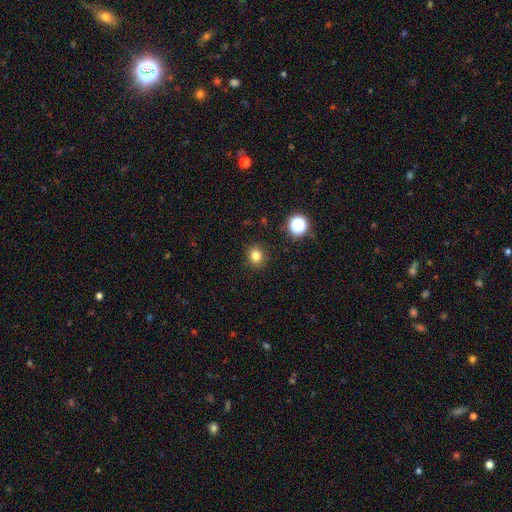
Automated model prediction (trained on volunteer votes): This appears to be a smooth galaxy with no disk features (80%) that is round (72%). Merging: none (89%).